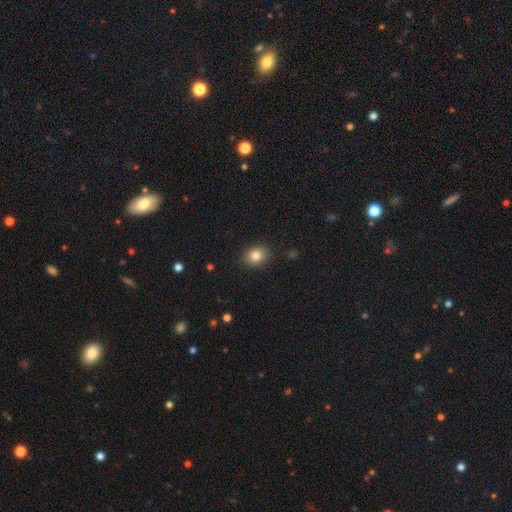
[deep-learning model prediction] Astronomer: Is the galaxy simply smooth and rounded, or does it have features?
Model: smooth — 83%.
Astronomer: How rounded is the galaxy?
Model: in between — 52% (runner-up: round, 47%).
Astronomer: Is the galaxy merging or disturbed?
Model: none — 88%.